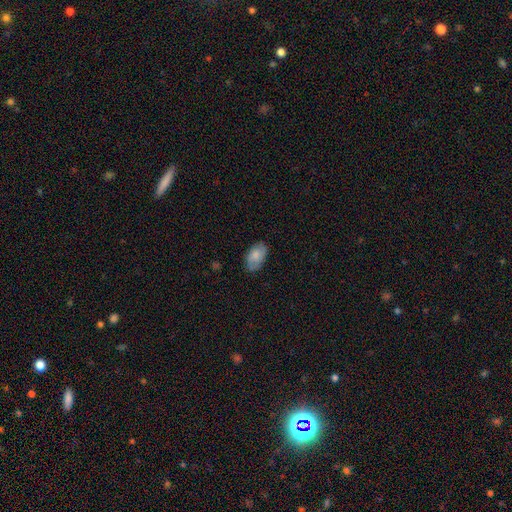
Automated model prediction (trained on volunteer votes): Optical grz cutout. It shows a smooth galaxy with no disk features (80%) that is in between round and cigar-shaped (93%). Merging: none (79%).